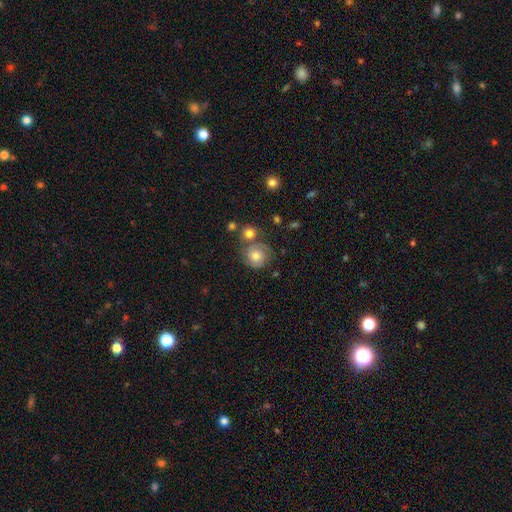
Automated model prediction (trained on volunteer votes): The model was most divided on "smooth or featured": smooth: 49%, featured or disk: 40%, star or artifact: 11%. More confident: merging — none (57%).